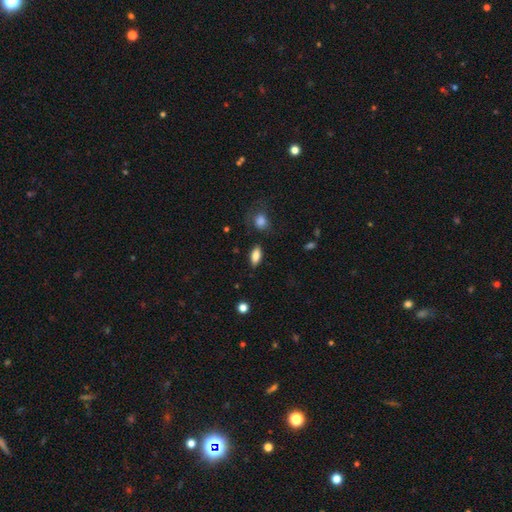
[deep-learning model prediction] Smooth or featured?
  - smooth: 81% *
  - featured or disk: 11%
  - star or artifact: 8%
How rounded?
  - in between: 84% *
  - cigar-shaped: 12%
  - round: 4%
Merging?
  - none: 84% *
  - minor disturbance: 11%
  - major disturbance: 3%
  - merger: 2%